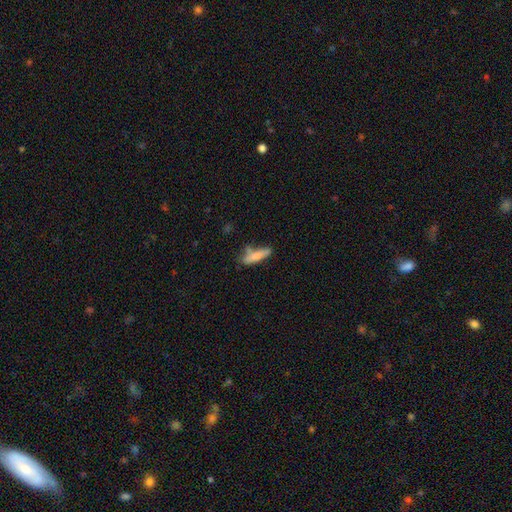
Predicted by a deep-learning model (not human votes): A smooth galaxy with no disk features (73%) that is cigar-shaped (71%). Merging: none (57%).